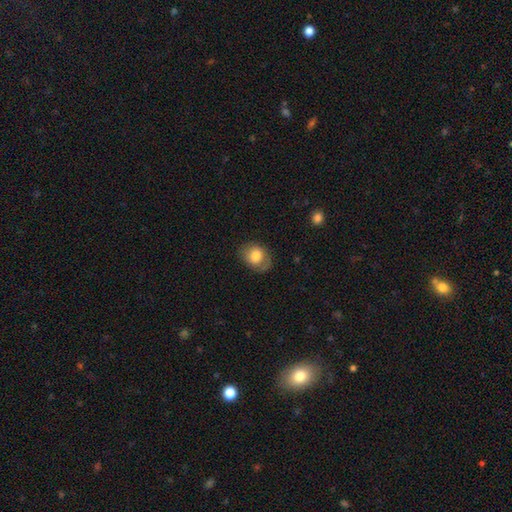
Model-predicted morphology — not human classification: Smooth or featured: smooth — 74% (featured or disk — 18%)
How rounded: in between — 56% (round — 43%)
Merging: none — 70% (minor disturbance — 21%)